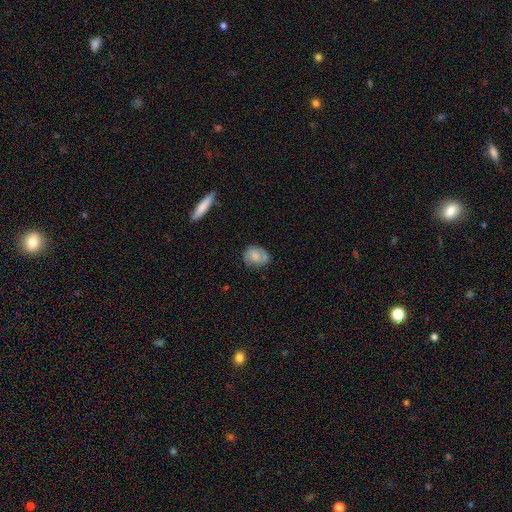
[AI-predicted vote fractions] Overall: smooth (57%; featured or disk 35%). How rounded: in between (55%; round 43%). Merging: none (67%).